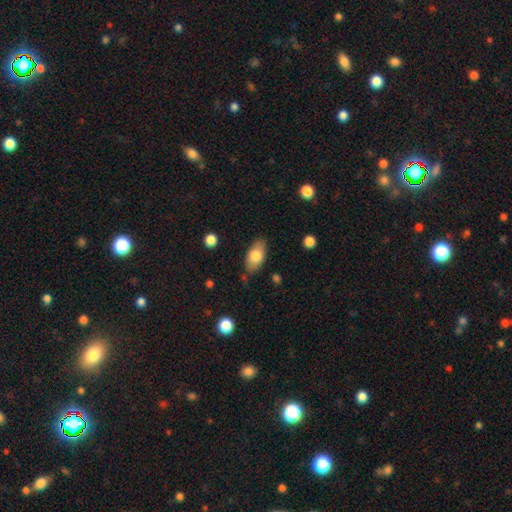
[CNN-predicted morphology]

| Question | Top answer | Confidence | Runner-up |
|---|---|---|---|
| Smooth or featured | smooth | 77% | featured or disk (17%) |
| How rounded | in between | 91% | cigar-shaped (5%) |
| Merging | none | 79% | minor disturbance (15%) |